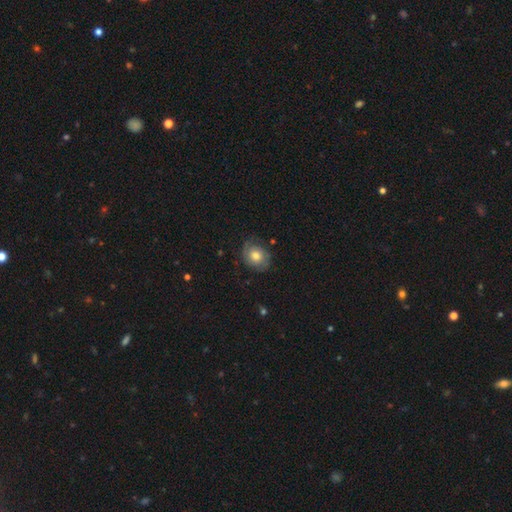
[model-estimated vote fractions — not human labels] Morphology: type=smooth (61%); roundness=round (59%); merging=none (70%).